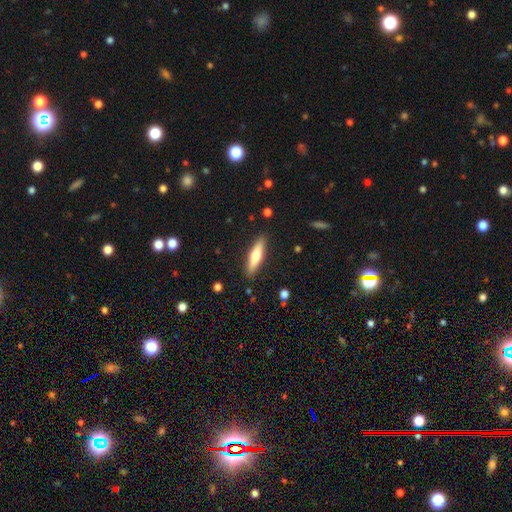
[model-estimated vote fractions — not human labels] This appears to be a smooth galaxy with no disk features (59%) that is cigar-shaped (70%). Merging: none (89%).